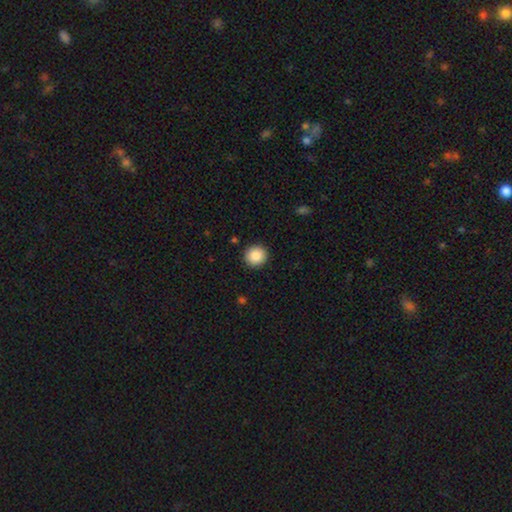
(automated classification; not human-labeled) smooth_or_featured: smooth (p=0.88) [alt: star or artifact p=0.08]
how_rounded: round (p=0.93) [alt: in between p=0.07]
merging: none (p=0.92) [alt: minor disturbance p=0.05]